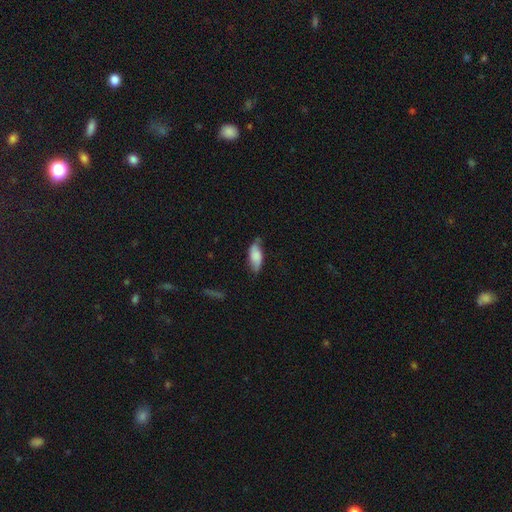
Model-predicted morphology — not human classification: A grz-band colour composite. It shows a smooth galaxy with no disk features (71%) that is in between round and cigar-shaped (82%). Merging: none (61%).